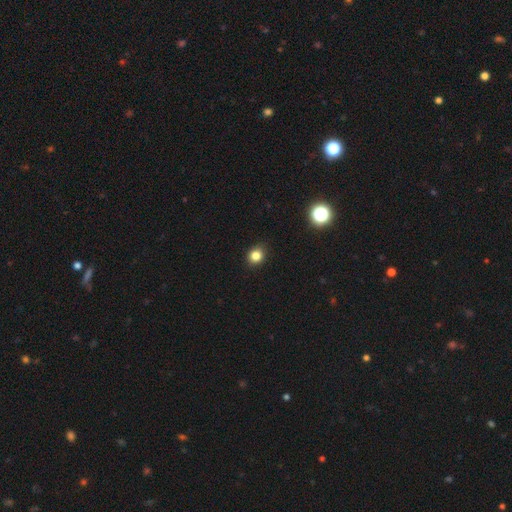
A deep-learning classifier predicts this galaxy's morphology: Smooth or featured: smooth — 82% (star or artifact — 13%)
How rounded: round — 71% (in between — 28%)
Merging: none — 87% (minor disturbance — 10%)